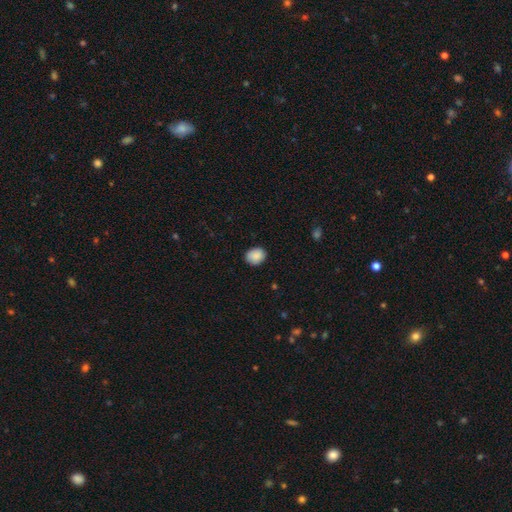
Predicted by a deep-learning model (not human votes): This is clearly a smooth galaxy (89%). How rounded: possibly in between (50%). Merging: clearly none (86%).